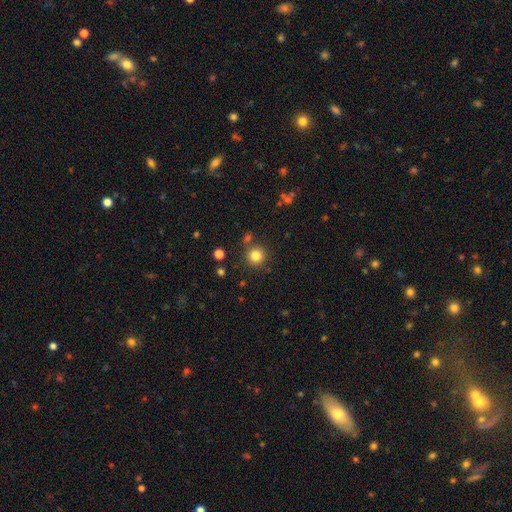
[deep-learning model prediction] Overall: smooth (81%). How rounded: round (94%). Merging: none (82%).